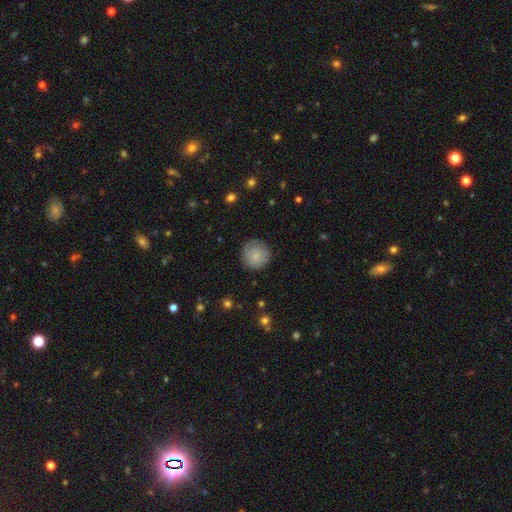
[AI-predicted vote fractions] This appears to be a smooth galaxy with no disk features (73%) that is round (94%). Merging: none (82%).